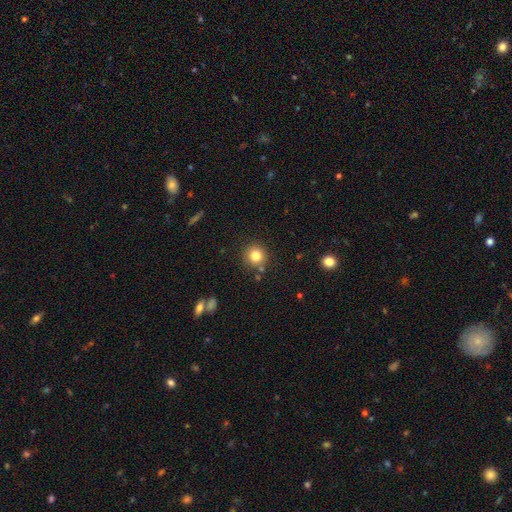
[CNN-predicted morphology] Smooth or featured?
  - smooth: 81% *
  - star or artifact: 12%
  - featured or disk: 7%
How rounded?
  - round: 93% *
  - in between: 6%
  - cigar-shaped: 1%
Merging?
  - none: 83% *
  - minor disturbance: 8%
  - merger: 6%
  - major disturbance: 3%